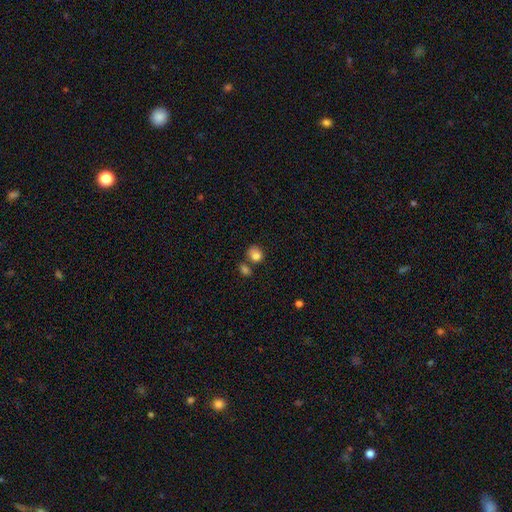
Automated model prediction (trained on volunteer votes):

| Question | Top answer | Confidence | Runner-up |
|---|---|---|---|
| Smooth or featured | smooth | 82% | star or artifact (10%) |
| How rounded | round | 67% | in between (32%) |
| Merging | none | 54% | merger (25%) |